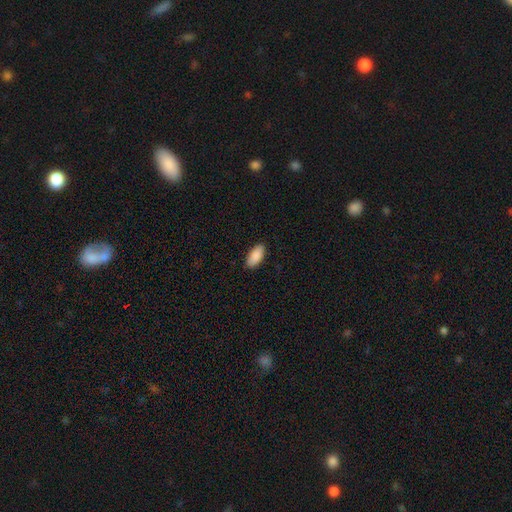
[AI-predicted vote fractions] smooth_or_featured: smooth (p=0.90) [alt: star or artifact p=0.06]
how_rounded: in between (p=0.91) [alt: cigar-shaped p=0.07]
merging: none (p=0.89) [alt: minor disturbance p=0.08]